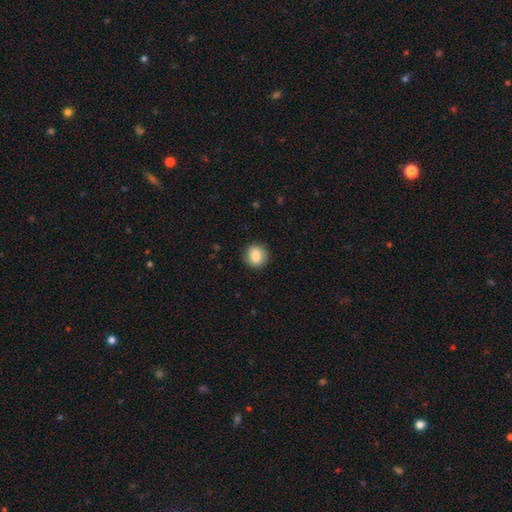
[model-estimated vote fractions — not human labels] smooth_or_featured: smooth (p=0.85) [alt: star or artifact p=0.08]
how_rounded: round (p=0.86) [alt: in between p=0.13]
merging: none (p=0.89) [alt: minor disturbance p=0.08]